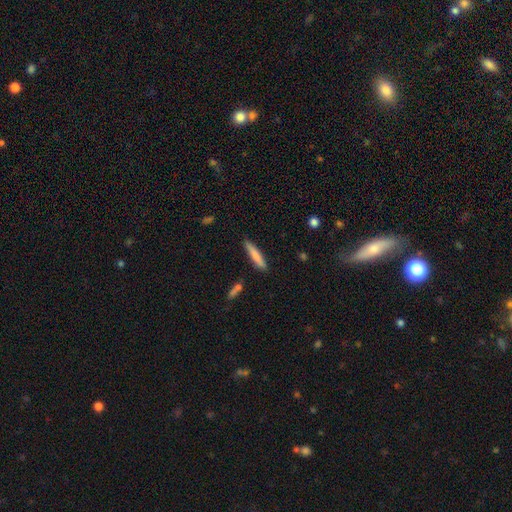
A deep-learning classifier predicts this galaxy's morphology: smooth 76%, featured or disk 18%, star or artifact 6%. Down the decision tree: how rounded — cigar-shaped (90%); merging — none (85%).